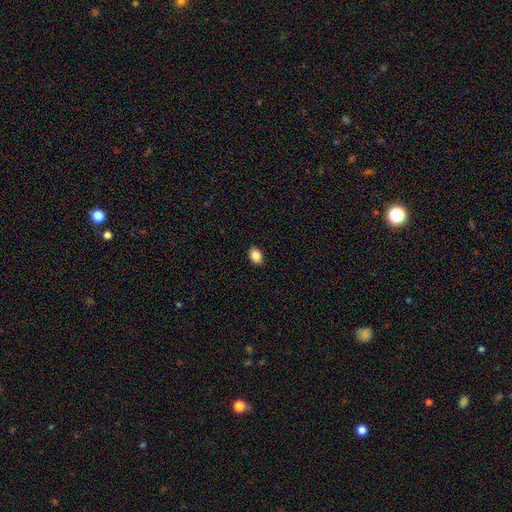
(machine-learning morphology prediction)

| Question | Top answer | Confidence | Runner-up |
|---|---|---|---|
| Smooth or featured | smooth | 86% | star or artifact (8%) |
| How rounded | in between | 81% | round (18%) |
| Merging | none | 90% | minor disturbance (7%) |